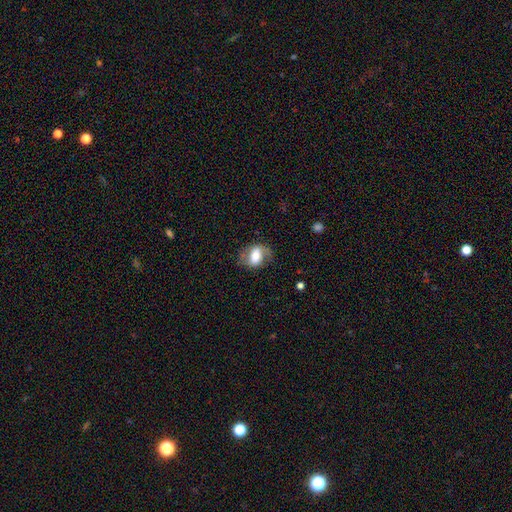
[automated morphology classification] Overall: featured or disk (48%; smooth 45%). Merging: none (68%).